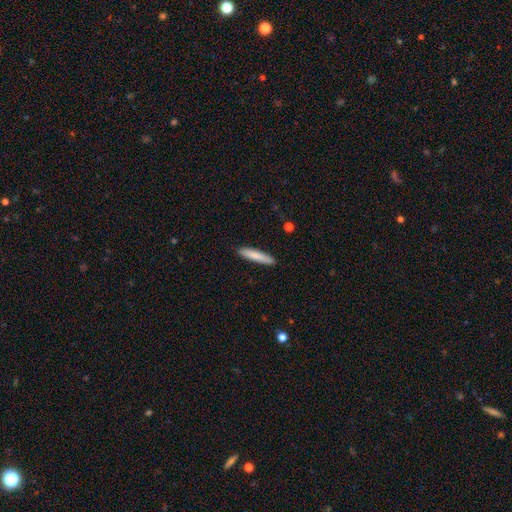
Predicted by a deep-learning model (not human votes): smooth 83%, featured or disk 12%, star or artifact 6%. Down the decision tree: how rounded — cigar-shaped (88%); merging — none (89%).